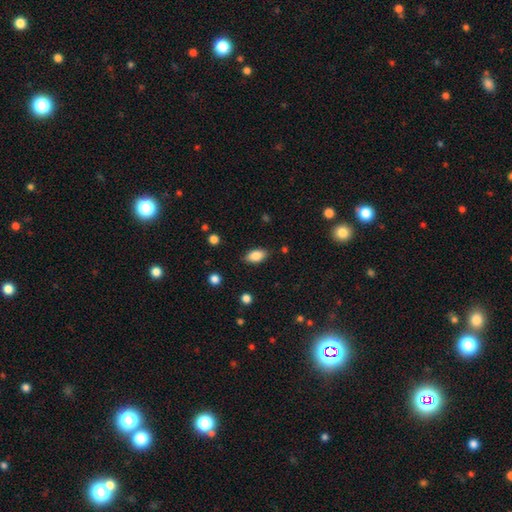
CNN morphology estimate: This appears to be a smooth galaxy with no disk features (85%) that is in between round and cigar-shaped (91%). Merging: none (85%).